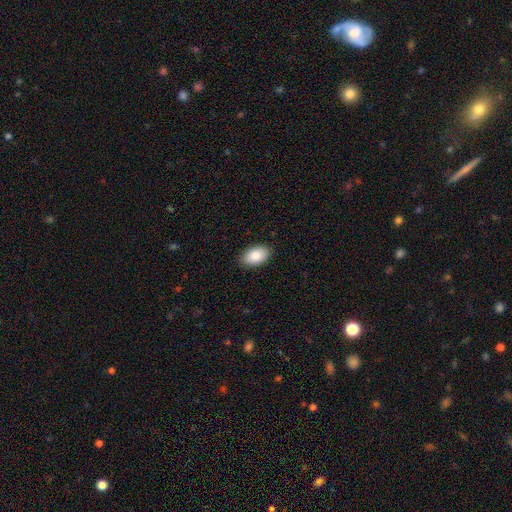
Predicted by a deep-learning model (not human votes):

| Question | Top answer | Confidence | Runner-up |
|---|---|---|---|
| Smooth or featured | smooth | 87% | featured or disk (7%) |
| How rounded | in between | 94% | round (5%) |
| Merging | none | 89% | minor disturbance (8%) |